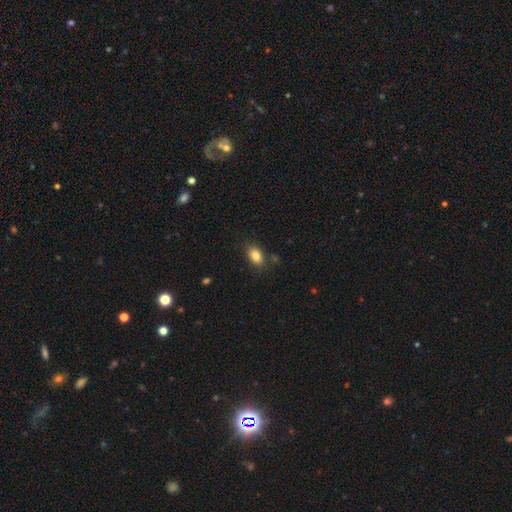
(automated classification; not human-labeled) Smooth or featured? Predicted: smooth (p=0.85). How rounded? Predicted: in between (p=0.85). Merging? Predicted: none (p=0.81).